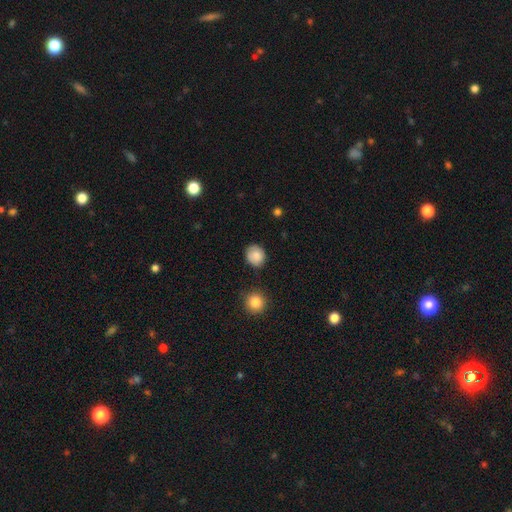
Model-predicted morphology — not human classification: A smooth galaxy with no disk features (85%) that is round (76%).

Vote fractions:
- Smooth or featured? smooth: 85% / star or artifact: 8% / featured or disk: 6%
- How rounded? round: 76% / in between: 23% / cigar-shaped: 1%
- Merging? none: 80% / minor disturbance: 14% / major disturbance: 3% / merger: 2%